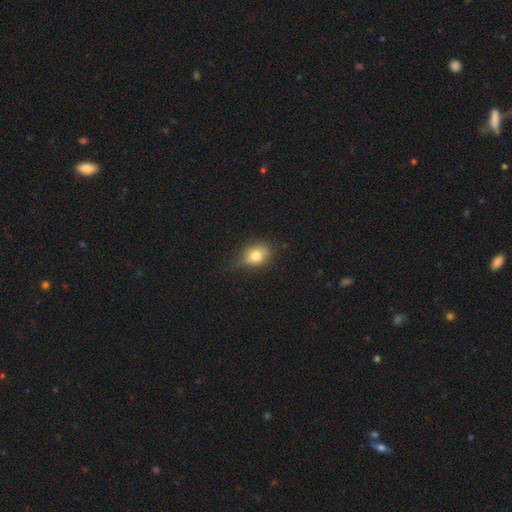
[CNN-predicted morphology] This is likely a smooth galaxy (74%). How rounded: possibly round (51%). Merging: possibly none (48%).